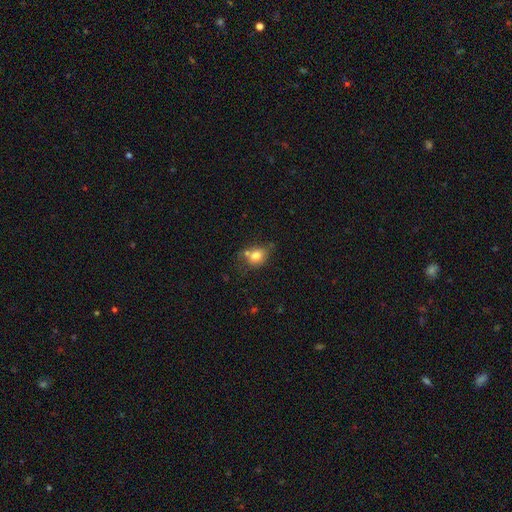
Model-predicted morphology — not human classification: A smooth galaxy with no disk features (77%) that is round (51%). Merging: none (49%).